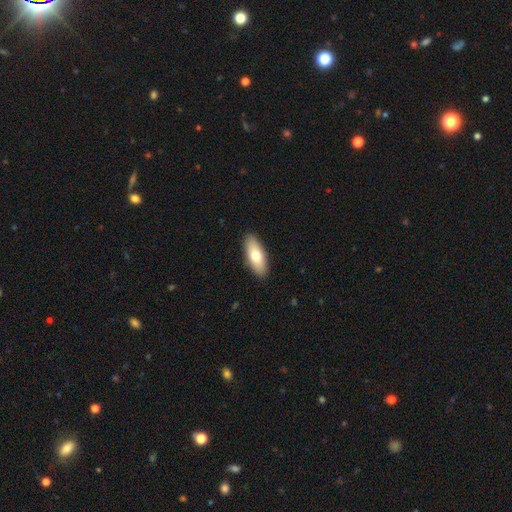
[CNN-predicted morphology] Overall: smooth (71%). How rounded: in between (76%). Merging: none (90%).